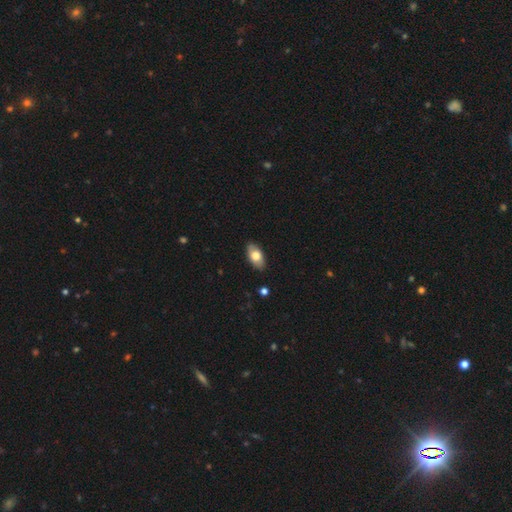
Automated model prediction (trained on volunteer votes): The model was most divided on "smooth or featured": smooth: 72%, featured or disk: 21%, star or artifact: 6%. More confident: how rounded — in between (92%); merging — none (87%).